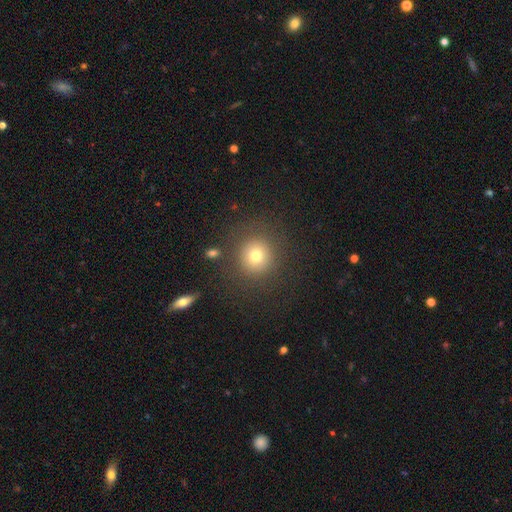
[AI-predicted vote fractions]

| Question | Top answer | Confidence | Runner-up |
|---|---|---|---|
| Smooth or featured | smooth | 75% | star or artifact (14%) |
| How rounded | round | 90% | in between (10%) |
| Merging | none | 84% | minor disturbance (9%) |